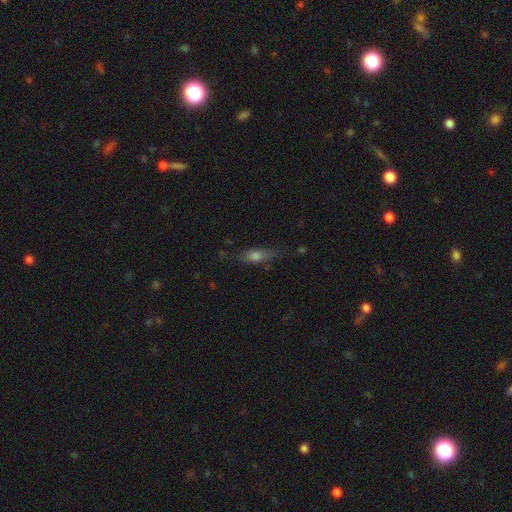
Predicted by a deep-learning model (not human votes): Smooth or featured: smooth — 61% (featured or disk — 28%)
How rounded: in between — 49% (cigar-shaped — 47%)
Merging: none — 69% (minor disturbance — 22%)